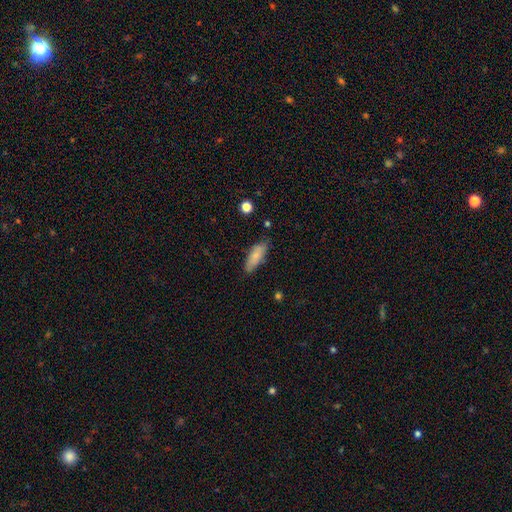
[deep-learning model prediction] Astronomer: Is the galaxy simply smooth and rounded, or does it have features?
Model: smooth — 74%.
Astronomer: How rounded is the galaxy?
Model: in between — 73%.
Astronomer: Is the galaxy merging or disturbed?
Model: none — 72%.